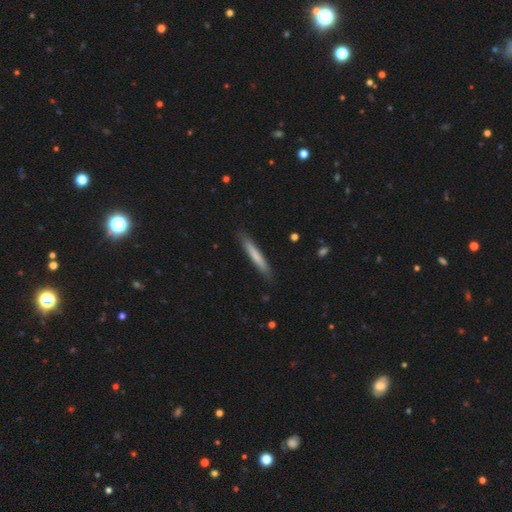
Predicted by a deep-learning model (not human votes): A smooth galaxy with no disk features (72%) that is cigar-shaped (95%).

Vote fractions:
- Smooth or featured? smooth: 72% / featured or disk: 22% / star or artifact: 5%
- How rounded? cigar-shaped: 95% / in between: 4% / round: 1%
- Merging? none: 87% / minor disturbance: 10% / major disturbance: 2% / merger: 1%